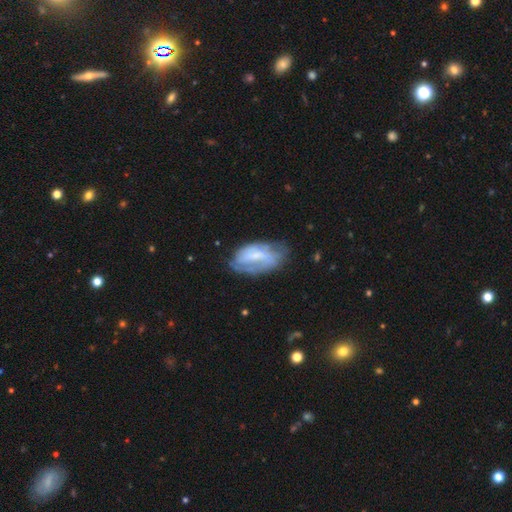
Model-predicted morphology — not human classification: Smooth or featured?
  - featured or disk: 63% *
  - smooth: 30%
  - star or artifact: 7%
Edge-on disk?
  - no: 95% *
  - yes: 5%
Bar?
  - weak: 46% *
  - no: 29%
  - strong: 26%
Spiral arms?
  - yes: 75% *
  - no: 25%
Bulge size?
  - small: 48% *
  - moderate: 24%
  - none: 24%
  - large: 3%
  - dominant: 1%
Merging?
  - none: 54% *
  - minor disturbance: 28%
  - major disturbance: 16%
  - merger: 2%